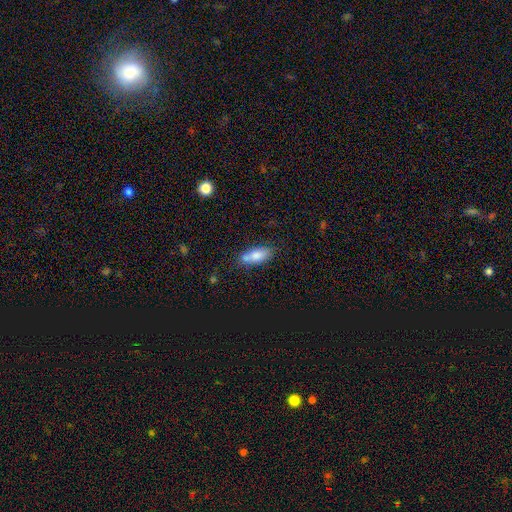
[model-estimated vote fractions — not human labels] This appears to be a smooth galaxy with no disk features (77%) that is in between round and cigar-shaped (75%). Merging: none (61%).